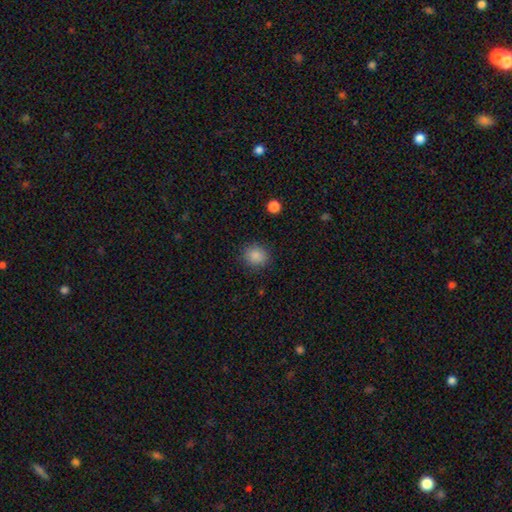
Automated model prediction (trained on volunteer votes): Smooth or featured? smooth (86%)
How rounded? round (80%)
Merging? none (88%)